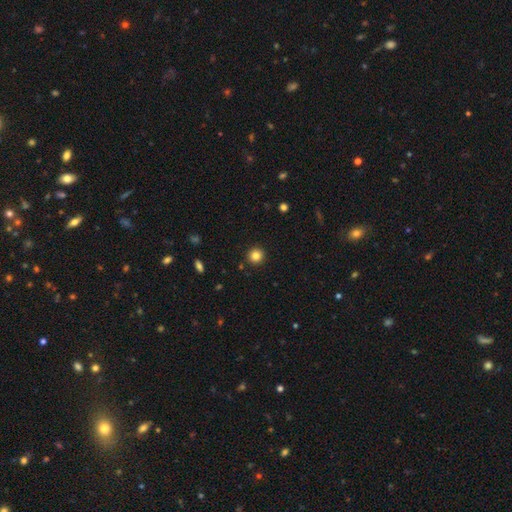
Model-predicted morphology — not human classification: This appears to be a smooth galaxy with no disk features (84%) that is round (94%). Merging: none (92%).